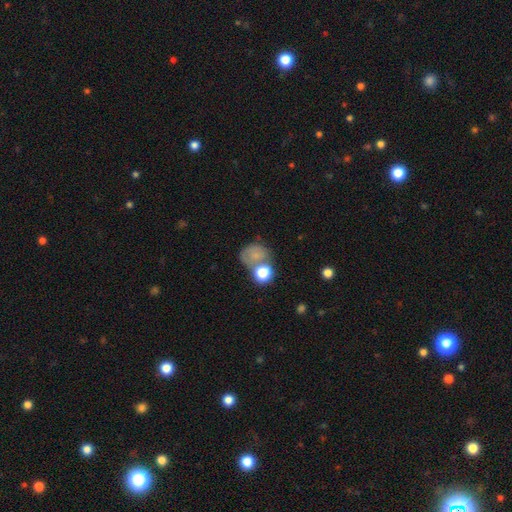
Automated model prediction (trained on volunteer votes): smooth_or_featured: smooth (p=0.68) [alt: featured or disk p=0.17]
how_rounded: round (p=0.56) [alt: in between p=0.43]
merging: none (p=0.37) [alt: merger p=0.29]